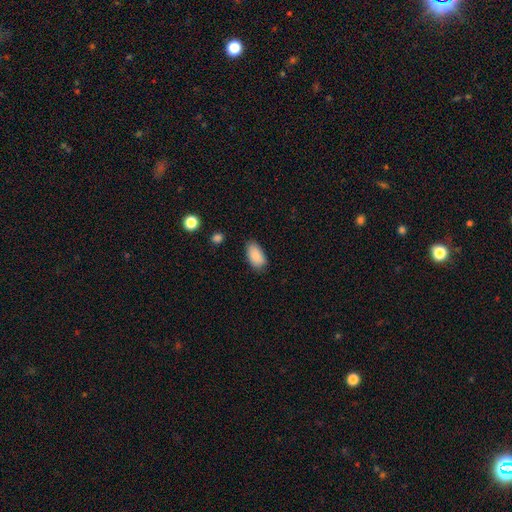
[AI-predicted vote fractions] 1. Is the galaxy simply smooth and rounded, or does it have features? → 87% smooth, 7% star or artifact, 6% featured or disk.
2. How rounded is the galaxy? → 94% in between, 3% round, 3% cigar-shaped.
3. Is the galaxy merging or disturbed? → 81% none, 15% minor disturbance, 3% major disturbance, 1% merger.